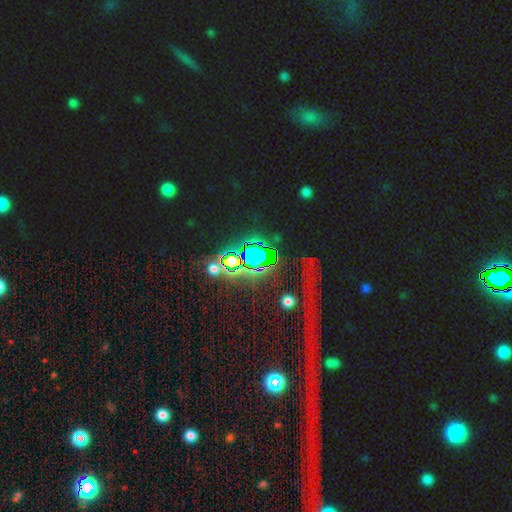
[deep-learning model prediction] Smooth or featured? star or artifact (79%)